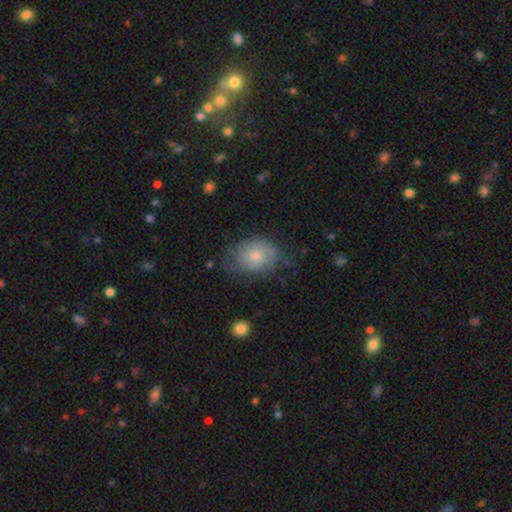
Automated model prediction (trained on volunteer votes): Morphology: type=smooth (60%); roundness=in between (58%); merging=none (57%).